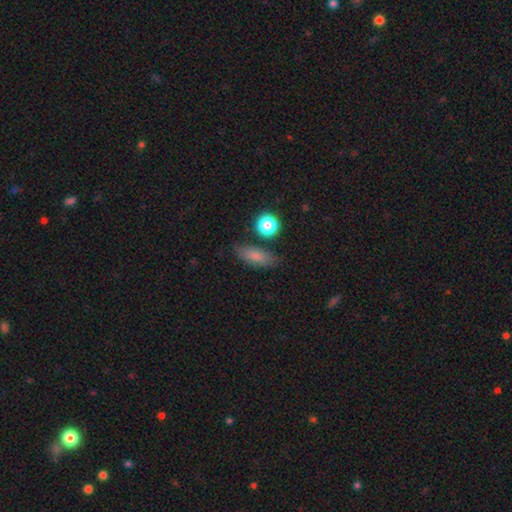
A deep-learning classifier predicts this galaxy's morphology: smooth 79%, featured or disk 12%, star or artifact 9%. Down the decision tree: how rounded — in between (60%); merging — none (77%).